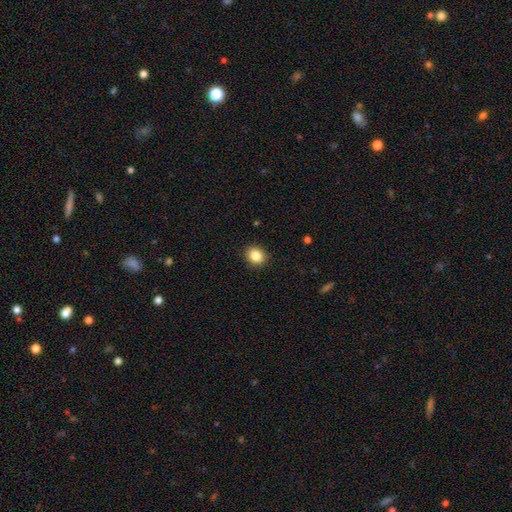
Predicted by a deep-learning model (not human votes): A smooth galaxy with no disk features (86%) that is round (64%). Merging: none (90%).